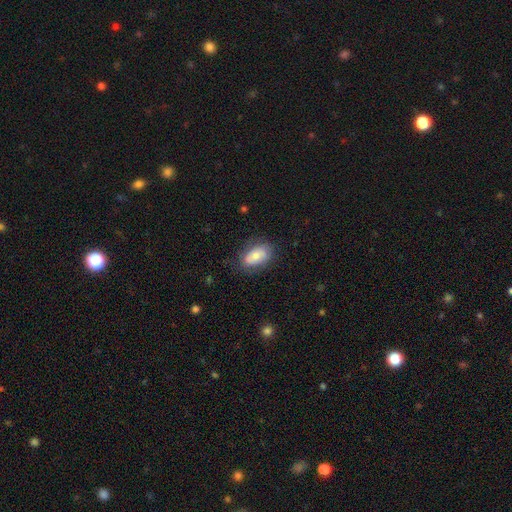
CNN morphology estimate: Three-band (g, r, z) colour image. It shows a smooth galaxy with no disk features (73%) that is in between round and cigar-shaped (91%). Merging: none (73%).